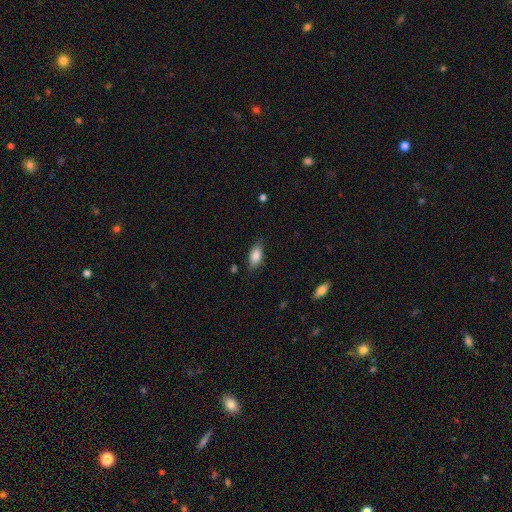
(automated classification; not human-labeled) This appears to be a smooth galaxy with no disk features (82%) that is in between round and cigar-shaped (89%). Merging: none (80%).